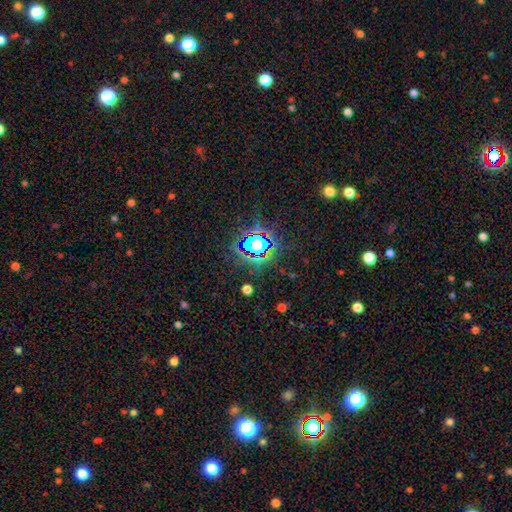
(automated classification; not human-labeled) Q: Smooth or featured?
A: star or artifact (82%); runner-up: smooth (11%)